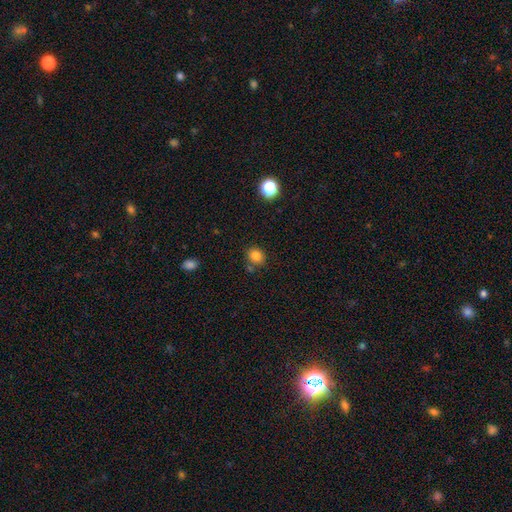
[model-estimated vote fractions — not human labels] A smooth galaxy with no disk features (83%) that is round (70%). Merging: none (75%).